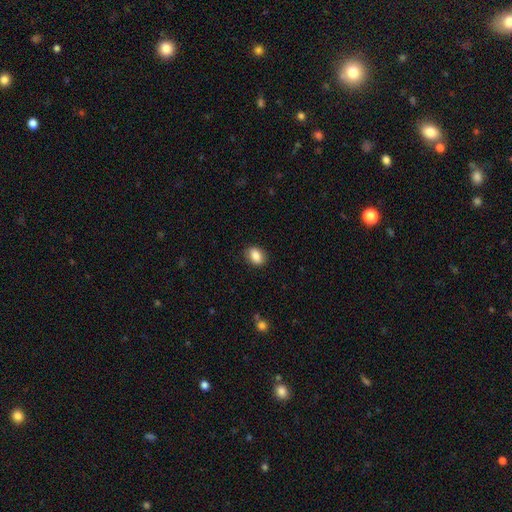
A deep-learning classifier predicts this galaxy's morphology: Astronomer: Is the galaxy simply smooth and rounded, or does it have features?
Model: smooth — 85%.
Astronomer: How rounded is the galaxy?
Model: in between — 75%.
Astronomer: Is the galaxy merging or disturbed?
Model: none — 88%.